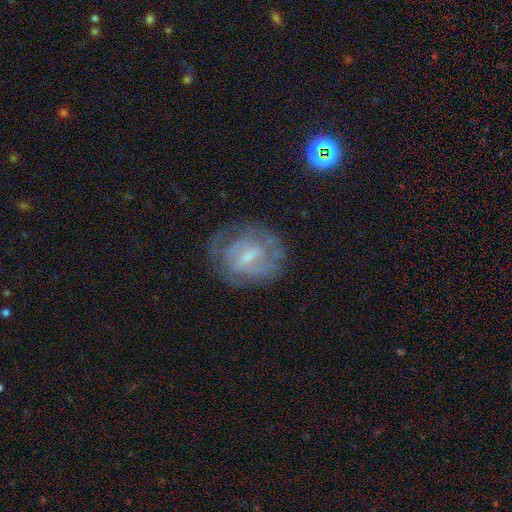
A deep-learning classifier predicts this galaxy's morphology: Smooth or featured? featured or disk (68%)
Edge-on disk? no (96%)
Bar? weak (53%)
Spiral arms? yes (83%)
Spiral winding? tight (60%)
Spiral arm count? can't tell (44%)
Bulge size? small (56%)
Merging? none (72%)